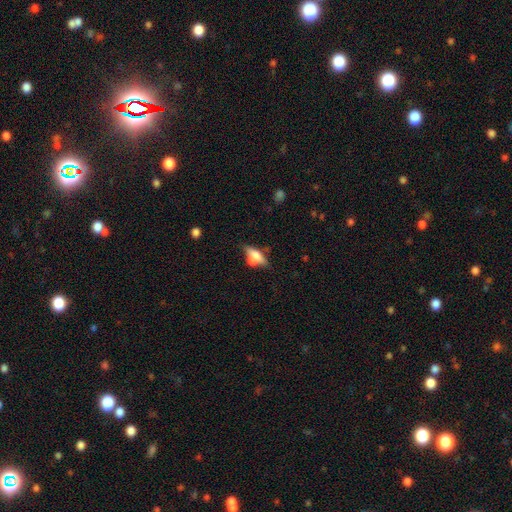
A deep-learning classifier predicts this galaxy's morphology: A smooth galaxy with no disk features (49%). Merging: merger (38%).